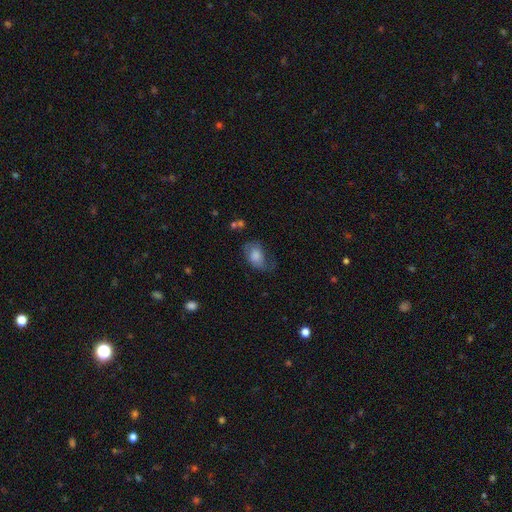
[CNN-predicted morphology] Smooth or featured? Predicted: smooth (p=0.67). How rounded? Predicted: in between (p=0.85). Merging? Predicted: none (p=0.42).